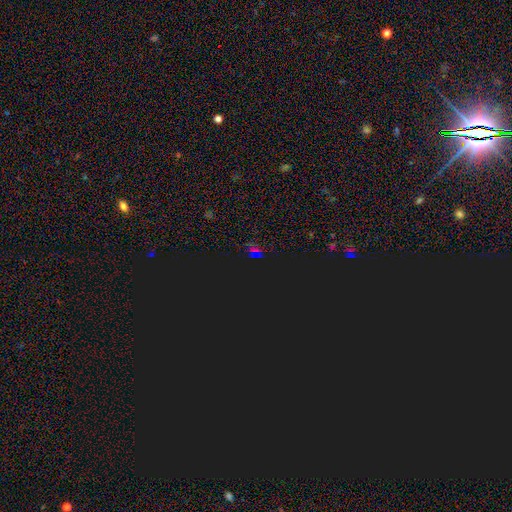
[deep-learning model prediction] smooth_or_featured: star or artifact (p=0.77) [alt: smooth p=0.16]